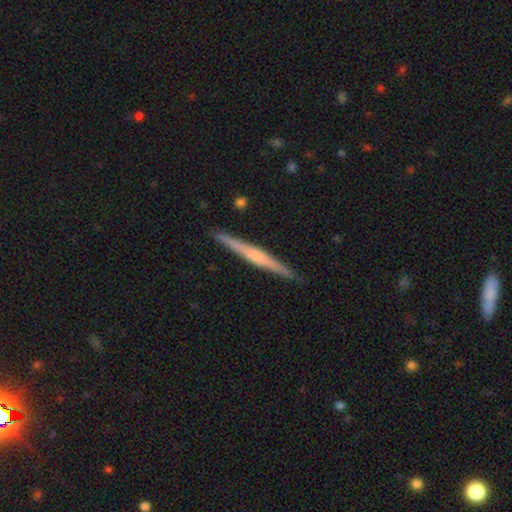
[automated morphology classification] Q: Smooth or featured?
A: featured or disk (64%); runner-up: smooth (31%)
Q: Edge-on disk?
A: yes (98%); runner-up: no (2%)
Q: Edge-on bulge?
A: rounded (48%); runner-up: none (33%)
Q: Merging?
A: none (91%); runner-up: minor disturbance (6%)